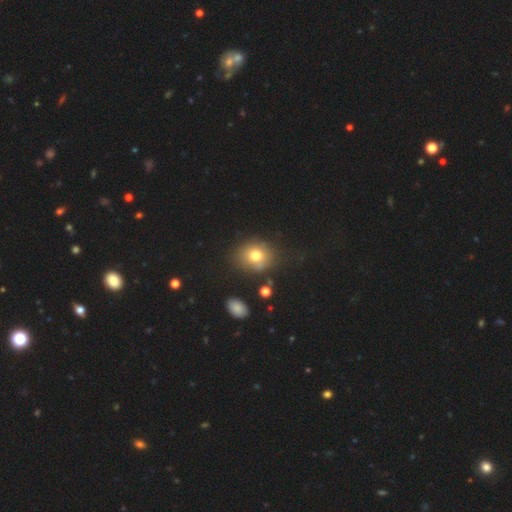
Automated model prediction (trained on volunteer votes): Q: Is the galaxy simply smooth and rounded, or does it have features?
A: smooth — 73%.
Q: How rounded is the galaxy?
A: round — 64%.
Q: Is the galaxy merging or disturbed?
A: none — 72%.